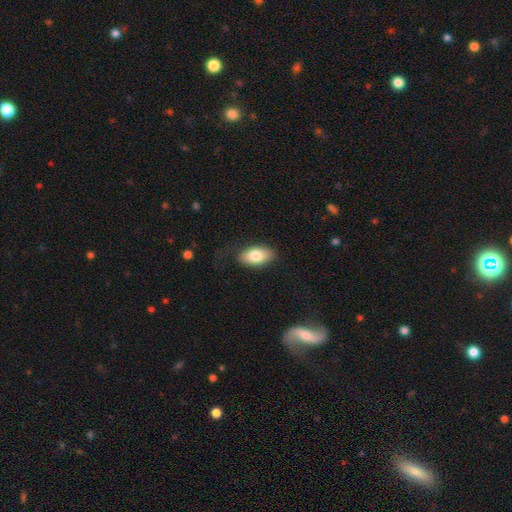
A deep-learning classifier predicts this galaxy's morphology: A smooth galaxy with no disk features (80%) that is in between round and cigar-shaped (93%). Merging: none (78%).